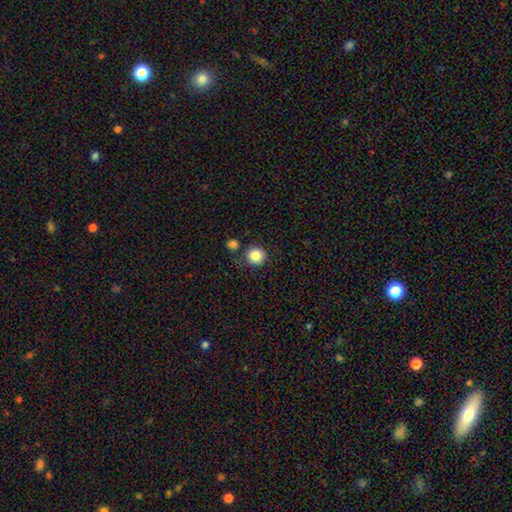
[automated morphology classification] Smooth or featured? Predicted: smooth (p=0.85). How rounded? Predicted: round (p=0.91). Merging? Predicted: none (p=0.77).